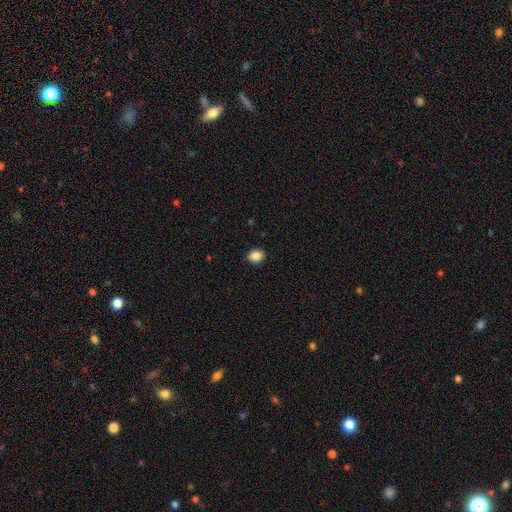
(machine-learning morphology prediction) type=smooth (88%); roundness=round (50%); merging=none (91%).